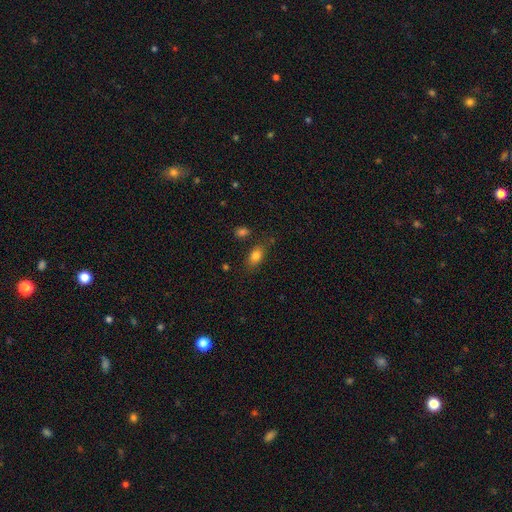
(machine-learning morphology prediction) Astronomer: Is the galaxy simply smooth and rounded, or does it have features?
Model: smooth — 82%.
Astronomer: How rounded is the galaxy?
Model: in between — 85%.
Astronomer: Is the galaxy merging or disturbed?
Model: none — 77%.